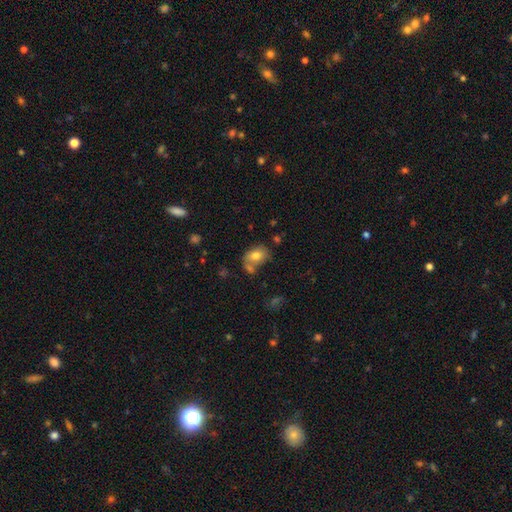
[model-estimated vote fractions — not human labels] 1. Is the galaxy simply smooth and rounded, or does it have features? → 73% smooth, 18% featured or disk, 9% star or artifact.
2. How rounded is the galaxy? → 71% in between, 28% round, 1% cigar-shaped.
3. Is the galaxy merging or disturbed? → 46% none, 27% merger, 19% minor disturbance, 8% major disturbance.